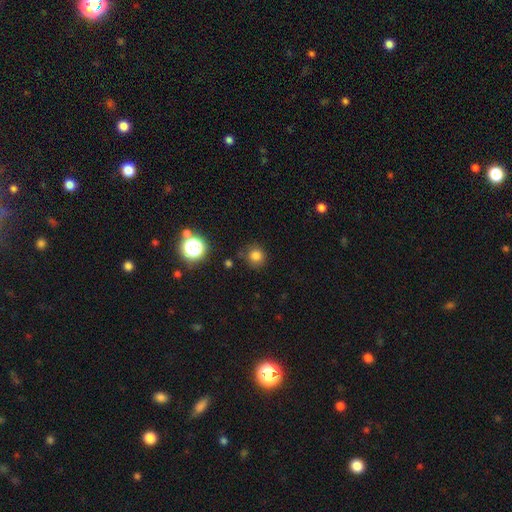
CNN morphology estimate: The model was most divided on "smooth or featured": smooth: 78%, star or artifact: 16%, featured or disk: 5%. More confident: how rounded — round (92%); merging — none (82%).